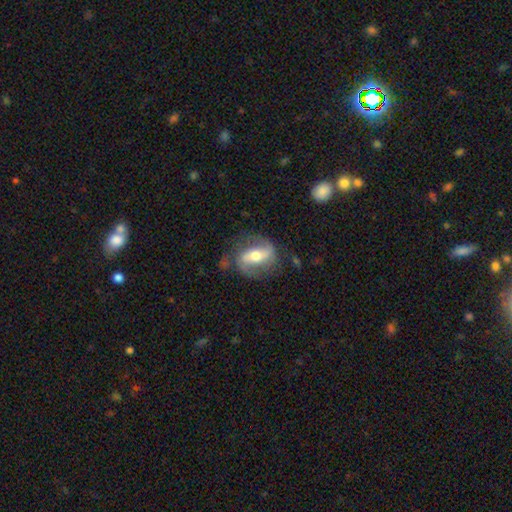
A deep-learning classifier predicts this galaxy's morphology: This appears to be a featured or disk galaxy (75%) with a strong bar (52%), 2 (87%) loose (41%, tied with medium) spiral arms (82%) and a moderate central bulge (67%). Merging: none (69%).